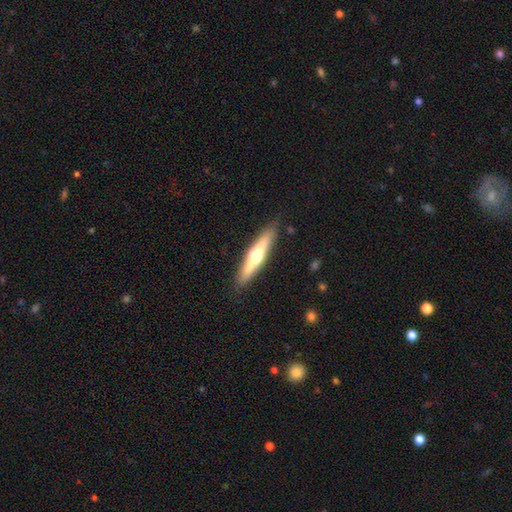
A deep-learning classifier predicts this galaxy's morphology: smooth_or_featured: featured or disk (p=0.56) [alt: smooth p=0.39]
disk_edge_on: yes (p=0.93) [alt: no p=0.07]
edge_on_bulge: rounded (p=0.93) [alt: none p=0.04]
merging: none (p=0.87) [alt: minor disturbance p=0.09]